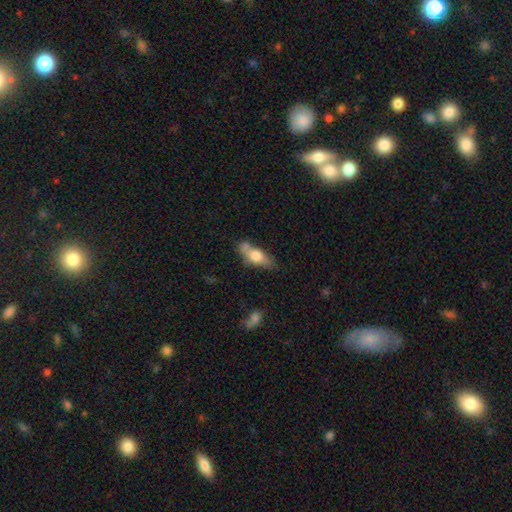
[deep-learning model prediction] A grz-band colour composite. It shows a smooth galaxy with no disk features (65%) that is in between round and cigar-shaped (68%). Merging: none (45%).